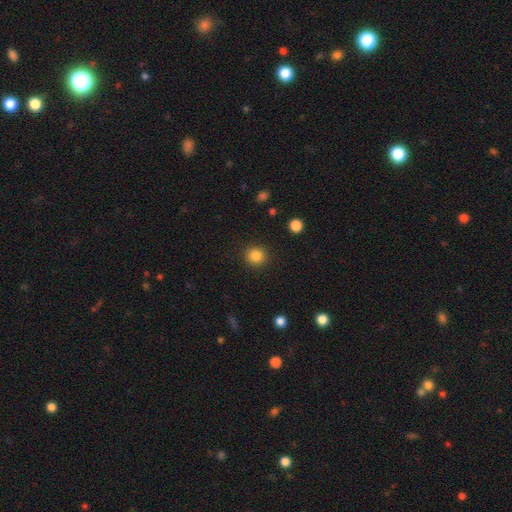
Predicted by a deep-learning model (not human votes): Overall: smooth (85%). How rounded: round (90%). Merging: none (91%).